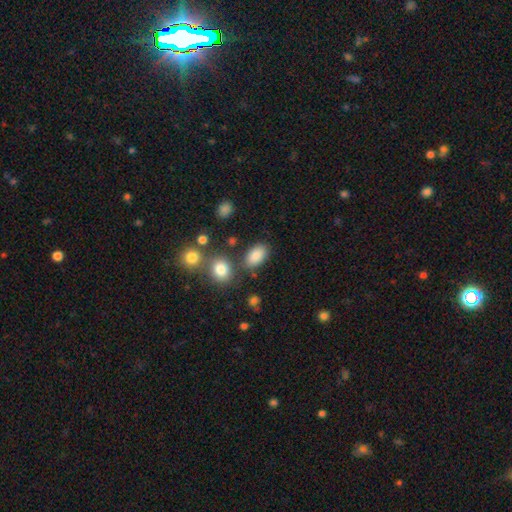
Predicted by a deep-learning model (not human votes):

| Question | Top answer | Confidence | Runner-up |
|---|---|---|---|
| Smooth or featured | smooth | 86% | star or artifact (9%) |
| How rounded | in between | 90% | round (8%) |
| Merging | none | 75% | minor disturbance (12%) |